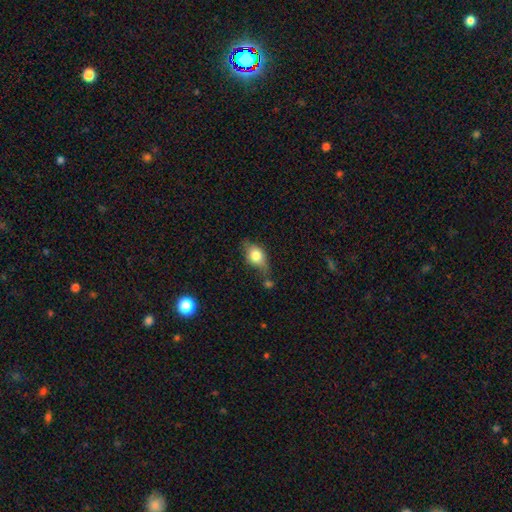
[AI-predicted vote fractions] A smooth galaxy with no disk features (71%) that is in between round and cigar-shaped (75%).

Vote fractions:
- Smooth or featured? smooth: 71% / featured or disk: 21% / star or artifact: 8%
- How rounded? in between: 75% / round: 20% / cigar-shaped: 5%
- Merging? none: 51% / minor disturbance: 28% / merger: 11% / major disturbance: 10%